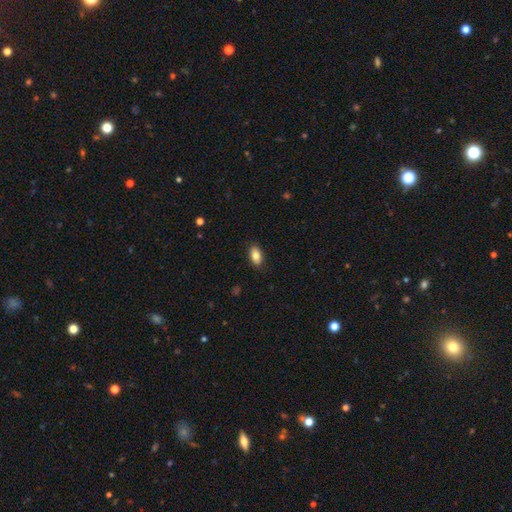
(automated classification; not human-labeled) Smooth or featured: smooth — 83% (featured or disk — 10%)
How rounded: in between — 91% (round — 5%)
Merging: none — 88% (minor disturbance — 9%)